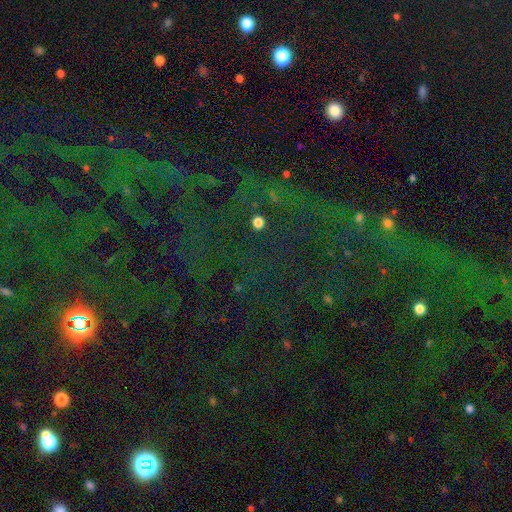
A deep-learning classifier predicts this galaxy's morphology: type=star or artifact (77%).